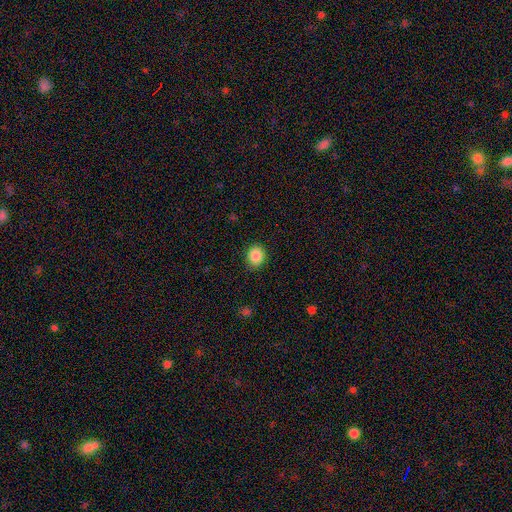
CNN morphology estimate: Smooth or featured? Predicted: smooth (p=0.87). How rounded? Predicted: round (p=0.65). Merging? Predicted: none (p=0.88).